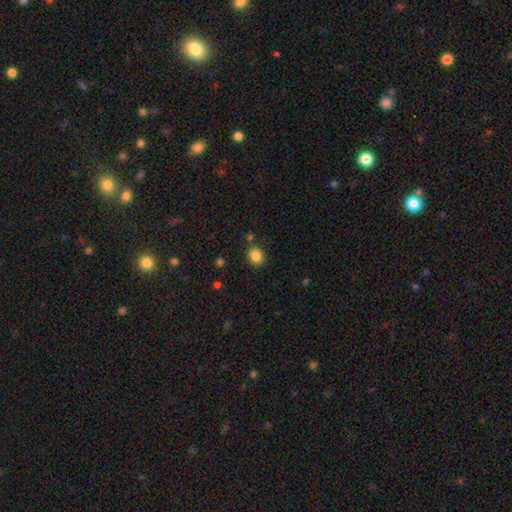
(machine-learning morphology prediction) smooth-or-featured: smooth: 85% | star or artifact: 10% | featured or disk: 4%
  how-rounded: round: 71% | in between: 28% | cigar-shaped: 1%
  merging: none: 84% | minor disturbance: 9% | merger: 4% | major disturbance: 3%